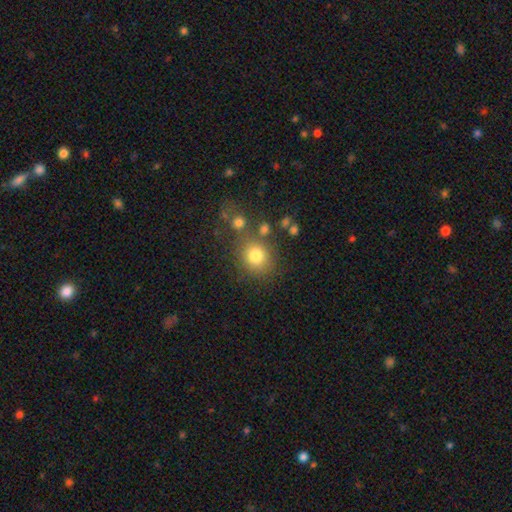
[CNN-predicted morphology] Overall: smooth (79%). How rounded: round (82%). Merging: none (71%).